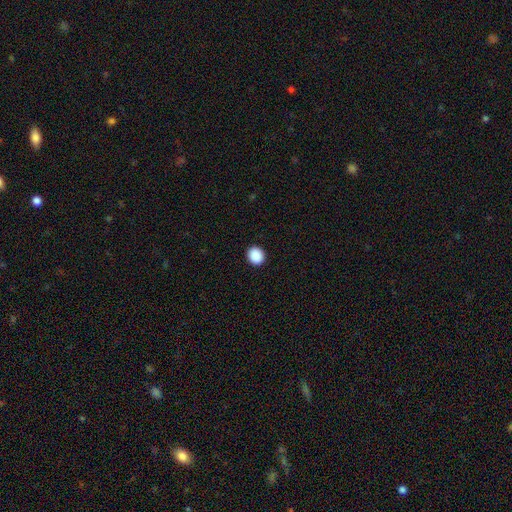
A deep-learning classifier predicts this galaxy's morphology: Smooth or featured?
  - smooth: 90% *
  - star or artifact: 8%
  - featured or disk: 2%
How rounded?
  - round: 82% *
  - in between: 17%
  - cigar-shaped: 1%
Merging?
  - none: 93% *
  - minor disturbance: 5%
  - major disturbance: 2%
  - merger: 1%